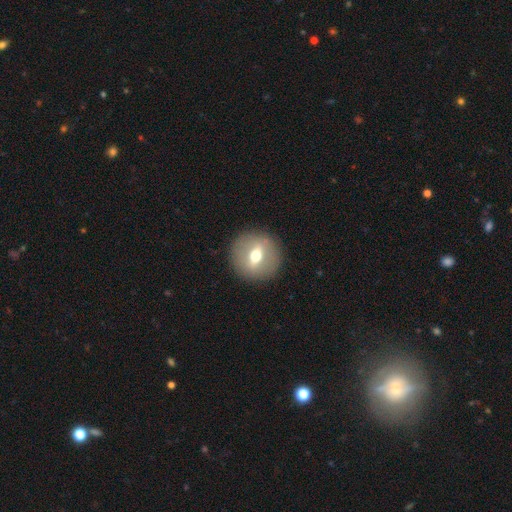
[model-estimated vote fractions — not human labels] featured or disk 51%, smooth 40%, star or artifact 8%. Down the decision tree: edge-on disk — no (70%); merging — none (89%).